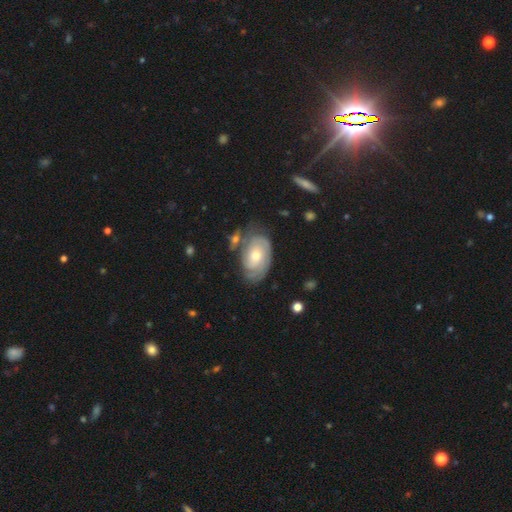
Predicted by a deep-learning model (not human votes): Morphology: type=featured or disk (75%); edge-on=no (95%); bar=no (73%); spiral arms=yes (90%); winding=tight (69%); arm count=2 (43%); bulge=moderate (64%); merging=none (65%).